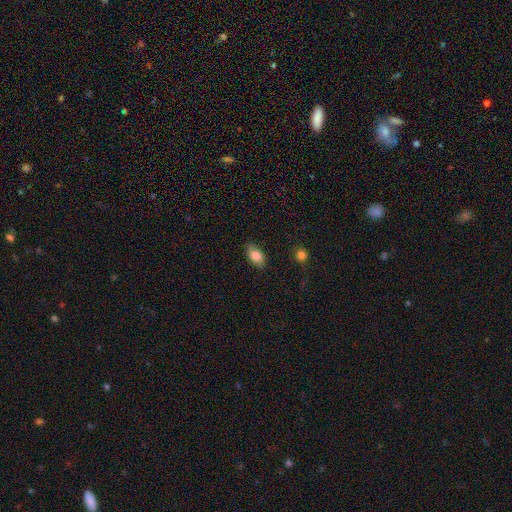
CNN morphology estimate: Q: Smooth or featured?
A: smooth (81%); runner-up: featured or disk (11%)
Q: How rounded?
A: in between (89%); runner-up: round (7%)
Q: Merging?
A: none (84%); runner-up: minor disturbance (12%)